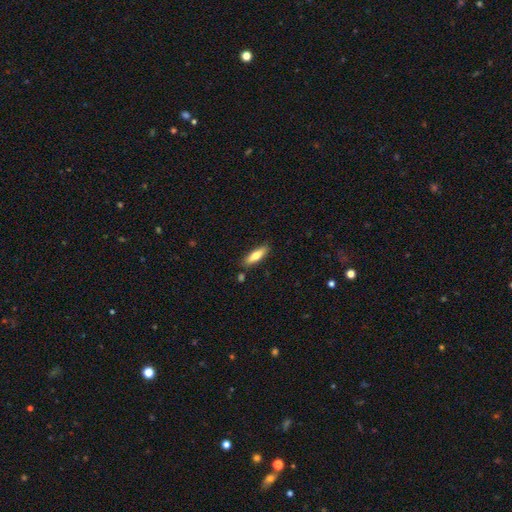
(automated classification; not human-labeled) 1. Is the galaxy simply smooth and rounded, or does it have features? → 69% smooth, 26% featured or disk, 6% star or artifact.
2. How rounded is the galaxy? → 58% cigar-shaped, 40% in between, 2% round.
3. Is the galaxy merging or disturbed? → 84% none, 10% minor disturbance, 3% merger, 2% major disturbance.